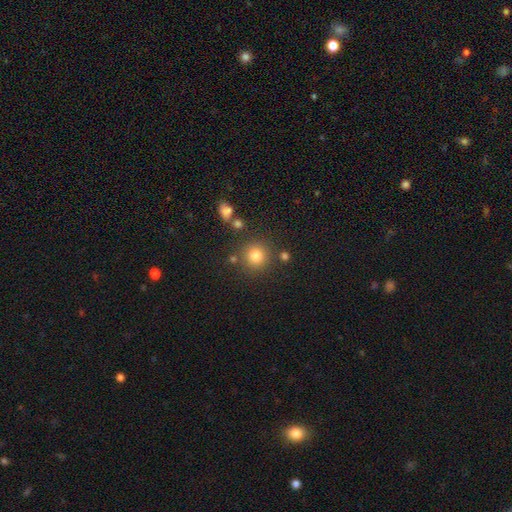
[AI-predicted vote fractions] smooth_or_featured: smooth (p=0.80) [alt: star or artifact p=0.13]
how_rounded: round (p=0.93) [alt: in between p=0.06]
merging: none (p=0.83) [alt: minor disturbance p=0.08]